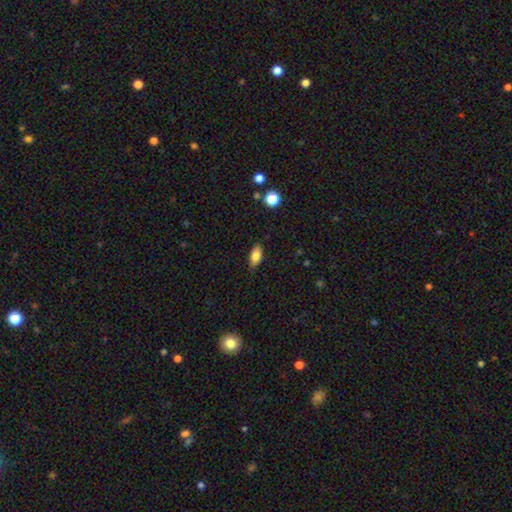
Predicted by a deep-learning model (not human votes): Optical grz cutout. It shows a smooth galaxy with no disk features (81%) that is in between round and cigar-shaped (86%). Merging: none (84%).